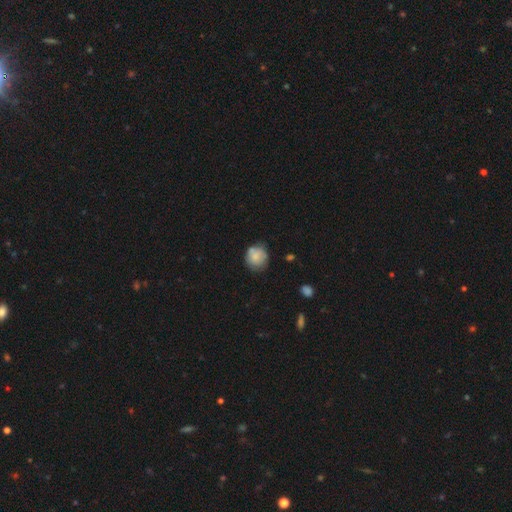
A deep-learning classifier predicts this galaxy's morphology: Smooth or featured: smooth — 76% (featured or disk — 16%)
How rounded: round — 86% (in between — 13%)
Merging: none — 67% (minor disturbance — 23%)